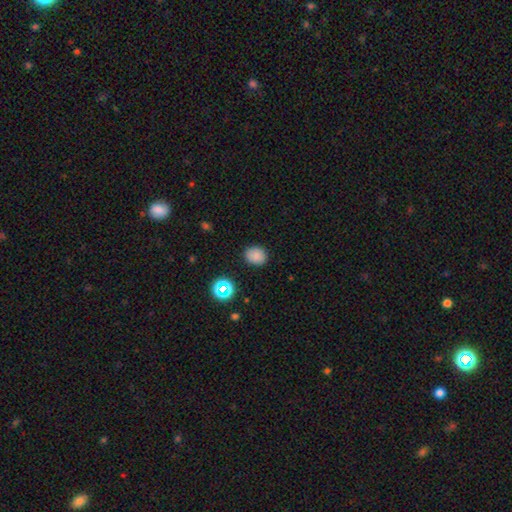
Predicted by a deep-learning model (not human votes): Overall: smooth (82%). How rounded: round (56%; in between 43%). Merging: none (86%).